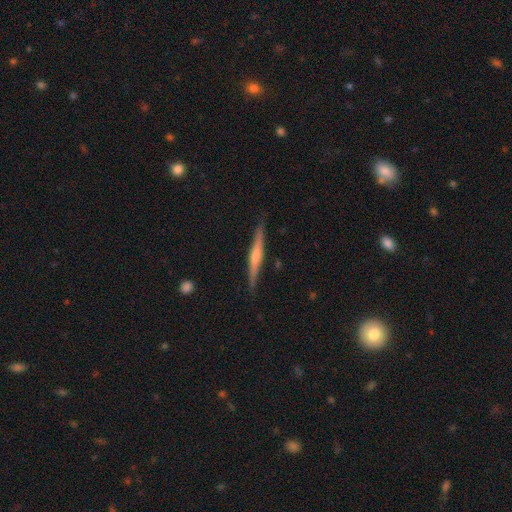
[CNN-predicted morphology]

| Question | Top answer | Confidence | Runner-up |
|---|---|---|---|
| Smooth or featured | featured or disk | 63% | smooth (32%) |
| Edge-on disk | yes | 98% | no (2%) |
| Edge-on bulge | rounded | 62% | none (23%) |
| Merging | none | 88% | minor disturbance (9%) |